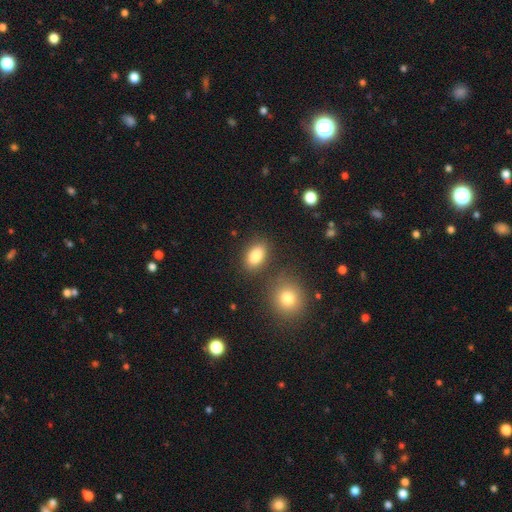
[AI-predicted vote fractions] A smooth galaxy with no disk features (85%) that is in between round and cigar-shaped (87%). Merging: none (79%).